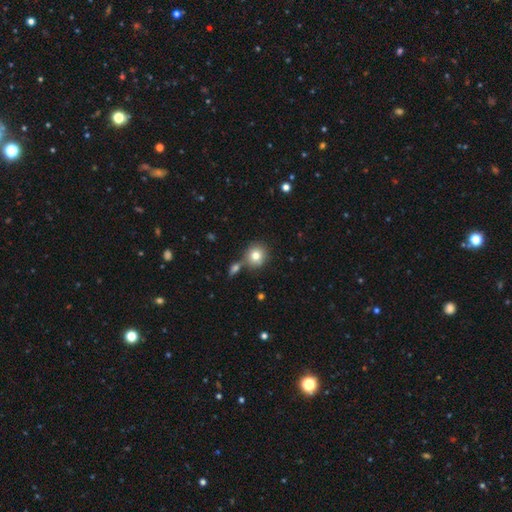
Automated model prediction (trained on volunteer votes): This appears to be a smooth galaxy with no disk features (78%) that is round (88%). Merging: none (68%).